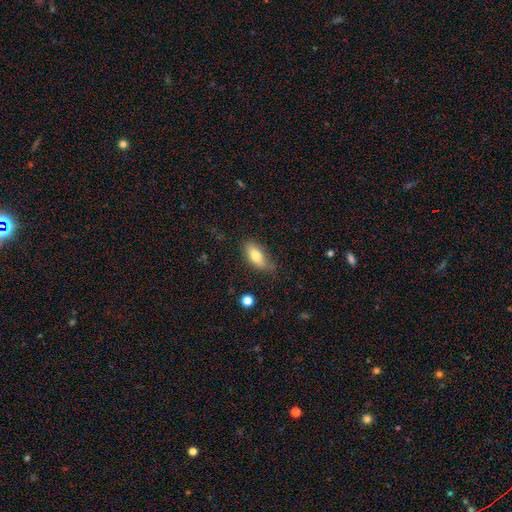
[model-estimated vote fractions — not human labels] Smooth or featured: smooth — 76% (featured or disk — 17%)
How rounded: in between — 82% (cigar-shaped — 15%)
Merging: none — 70% (minor disturbance — 23%)